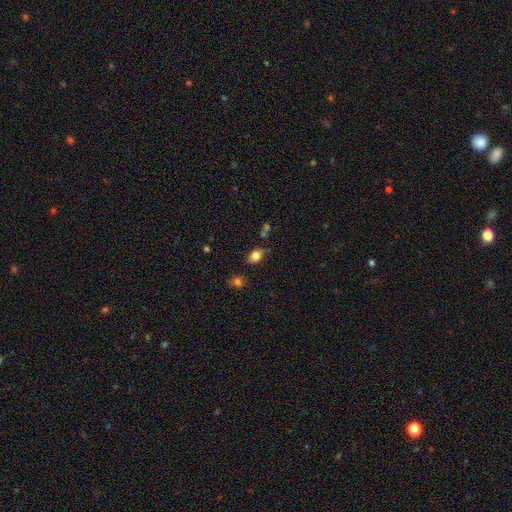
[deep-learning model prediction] This appears to be a smooth galaxy with no disk features (81%) that is in between round and cigar-shaped (70%). Merging: none (66%).